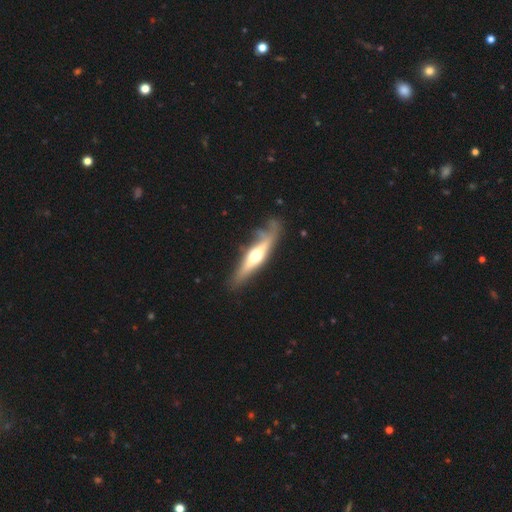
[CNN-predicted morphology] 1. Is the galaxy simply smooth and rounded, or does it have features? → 67% featured or disk, 28% smooth, 5% star or artifact.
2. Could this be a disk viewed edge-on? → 89% yes, 11% no.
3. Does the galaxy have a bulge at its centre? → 92% rounded, 4% boxy, 4% none.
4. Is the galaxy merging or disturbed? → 63% none, 21% minor disturbance, 10% major disturbance, 5% merger.